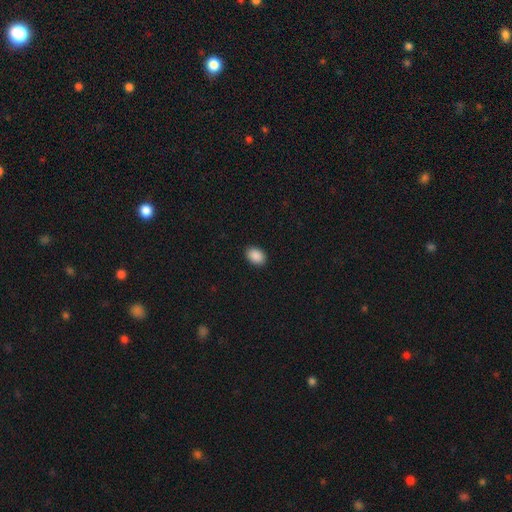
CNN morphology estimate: Smooth or featured?
  - smooth: 90% *
  - star or artifact: 8%
  - featured or disk: 2%
How rounded?
  - in between: 80% *
  - round: 19%
  - cigar-shaped: 1%
Merging?
  - none: 90% *
  - minor disturbance: 7%
  - major disturbance: 2%
  - merger: 1%